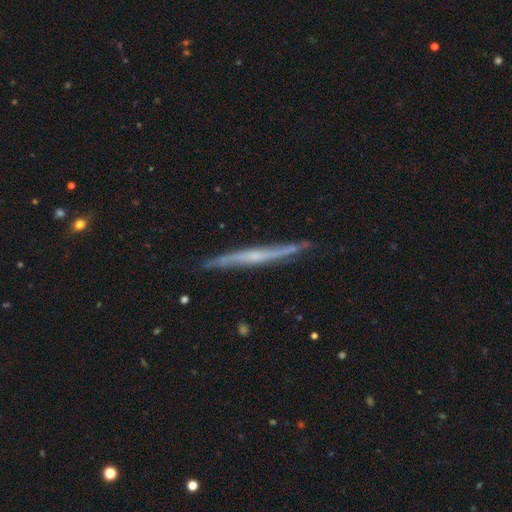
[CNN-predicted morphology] Smooth or featured?
  - featured or disk: 69% *
  - smooth: 25%
  - star or artifact: 7%
Edge-on disk?
  - yes: 93% *
  - no: 7%
Edge-on bulge?
  - none: 69% *
  - rounded: 24%
  - boxy: 7%
Merging?
  - none: 81% *
  - minor disturbance: 15%
  - major disturbance: 2%
  - merger: 2%